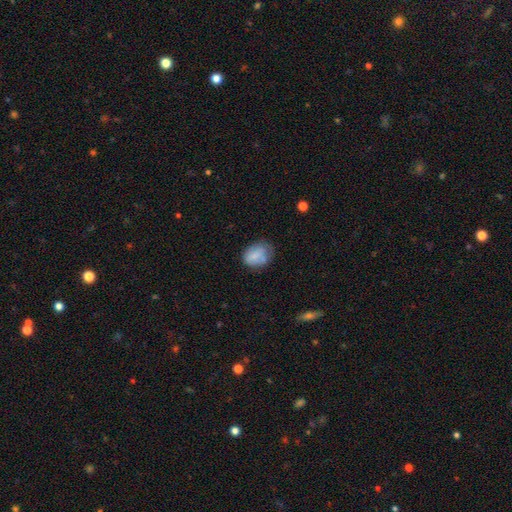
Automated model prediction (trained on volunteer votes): Smooth or featured? Predicted: smooth (p=0.76). How rounded? Predicted: in between (p=0.66). Merging? Predicted: none (p=0.53).